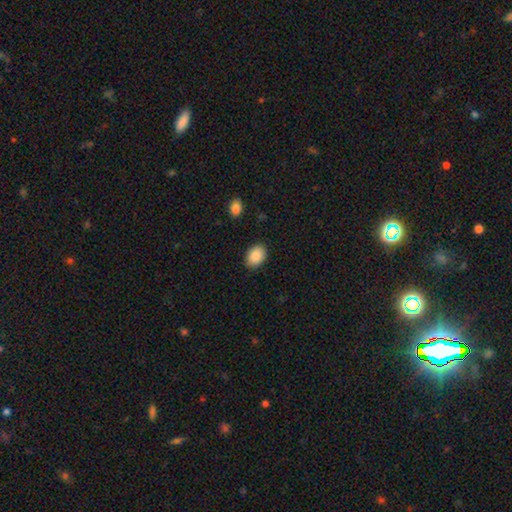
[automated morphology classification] Smooth or featured? Predicted: smooth (p=0.89). How rounded? Predicted: in between (p=0.77). Merging? Predicted: none (p=0.87).